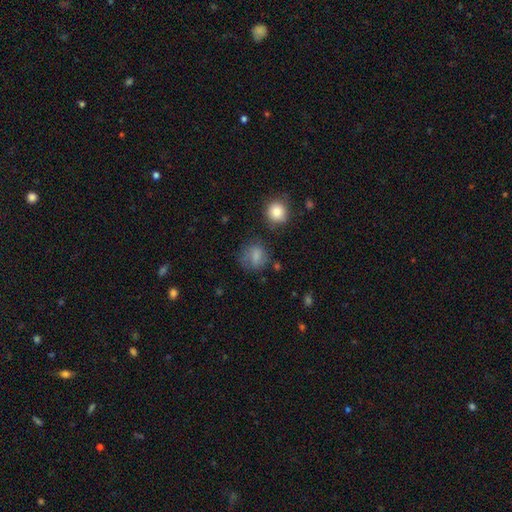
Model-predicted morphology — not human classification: smooth 75%, featured or disk 14%, star or artifact 12%. Down the decision tree: how rounded — round (68%); merging — none (63%).